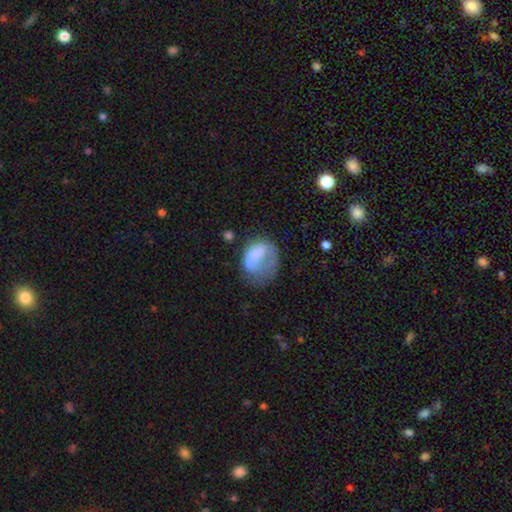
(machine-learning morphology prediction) Smooth or featured: smooth — 61% (featured or disk — 30%)
How rounded: in between — 61% (round — 38%)
Merging: major disturbance — 47% (minor disturbance — 25%)